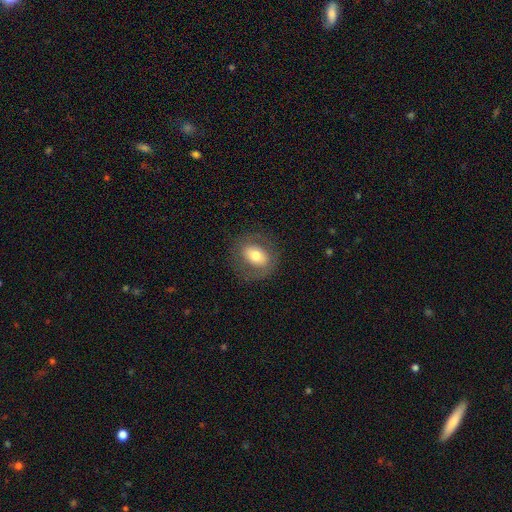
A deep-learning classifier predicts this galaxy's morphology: Q: Smooth or featured?
A: smooth (61%); runner-up: featured or disk (30%)
Q: How rounded?
A: in between (58%); runner-up: round (41%)
Q: Merging?
A: none (80%); runner-up: minor disturbance (12%)